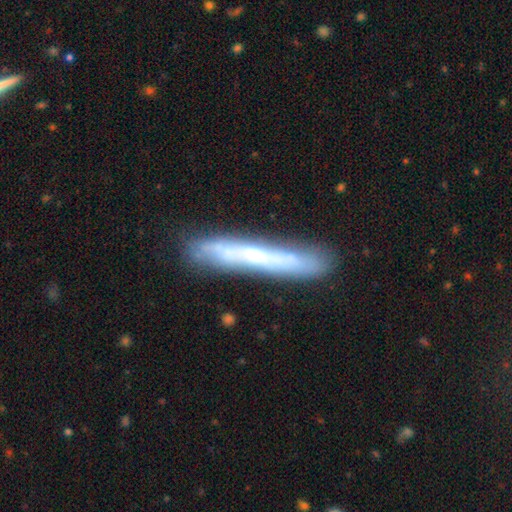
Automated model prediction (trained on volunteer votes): A featured or disk galaxy (60%) viewed edge-on (82%). Merging: none (83%).